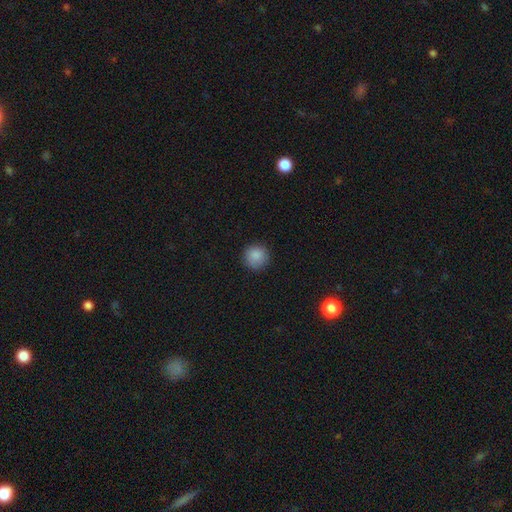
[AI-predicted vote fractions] This appears to be a smooth galaxy with no disk features (87%) that is round (94%). Merging: none (88%).